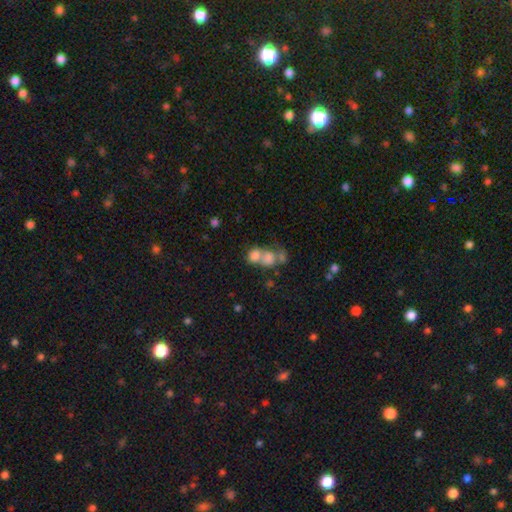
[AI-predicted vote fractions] This is likely a smooth galaxy (72%). How rounded: possibly round (59%). Merging: likely merger (65%).